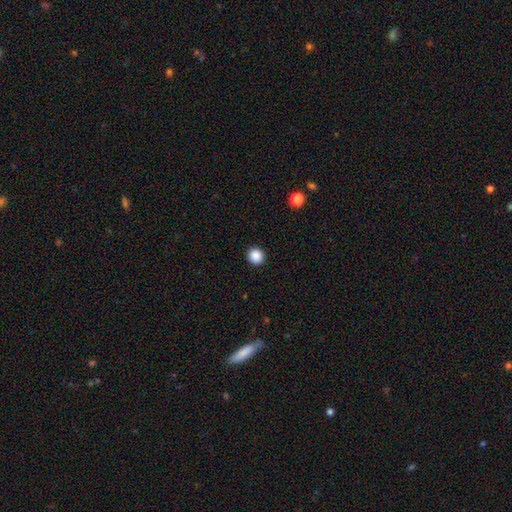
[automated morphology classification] type=smooth (88%); roundness=round (91%); merging=none (93%).